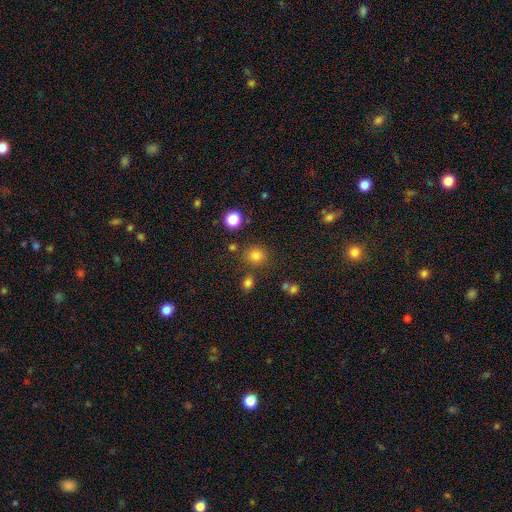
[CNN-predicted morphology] smooth-or-featured: smooth: 79% | star or artifact: 16% | featured or disk: 6%
  how-rounded: round: 86% | in between: 13% | cigar-shaped: 1%
  merging: none: 79% | minor disturbance: 10% | merger: 7% | major disturbance: 4%